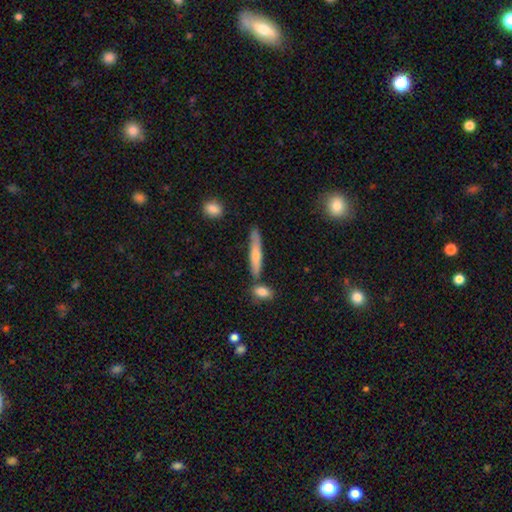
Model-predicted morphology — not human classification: featured or disk 51%, smooth 41%, star or artifact 8%. Down the decision tree: edge-on disk — yes (94%); merging — none (78%).